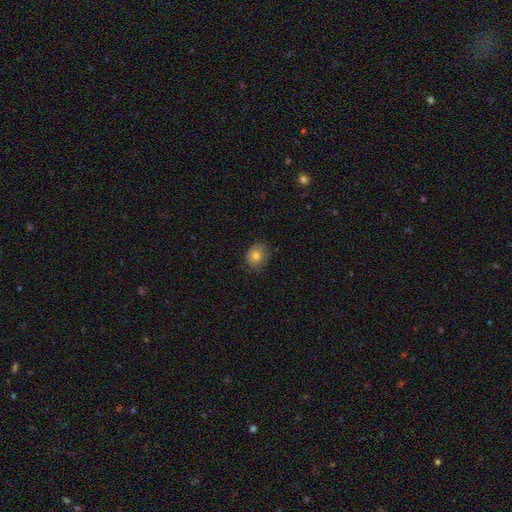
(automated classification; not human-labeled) The model was most divided on "how rounded": round: 61%, in between: 38%, cigar-shaped: 1%. More confident: smooth or featured — smooth (77%); merging — none (75%).